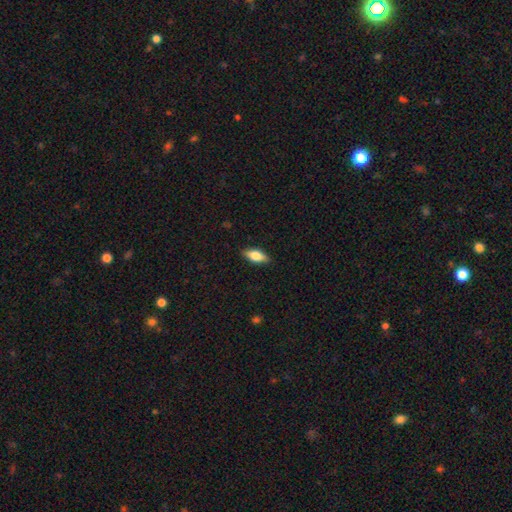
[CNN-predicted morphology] A smooth galaxy with no disk features (70%) that is in between round and cigar-shaped (80%). Merging: none (87%).